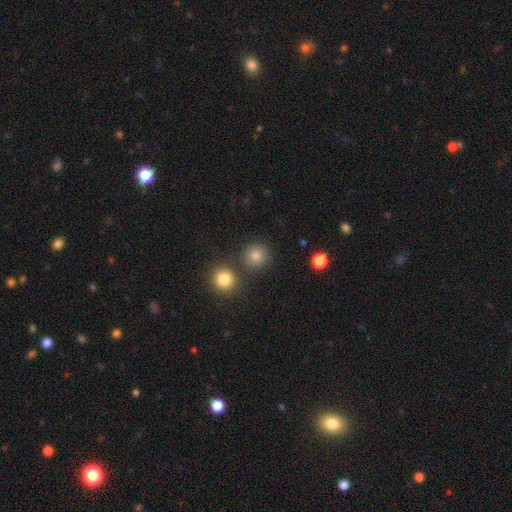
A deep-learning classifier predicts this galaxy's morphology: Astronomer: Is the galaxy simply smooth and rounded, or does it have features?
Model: smooth — 81%.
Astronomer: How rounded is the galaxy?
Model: round — 93%.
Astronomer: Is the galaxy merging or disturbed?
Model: none — 83%.